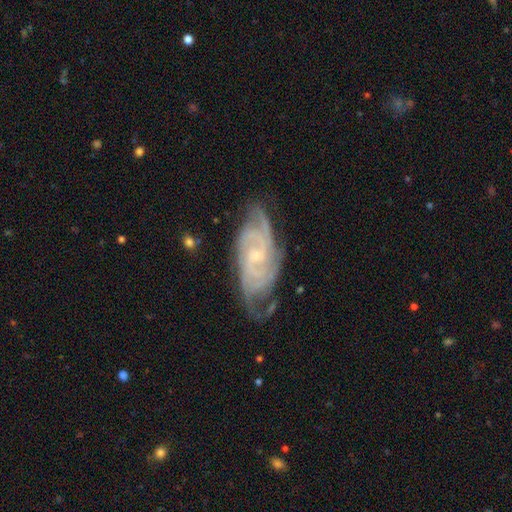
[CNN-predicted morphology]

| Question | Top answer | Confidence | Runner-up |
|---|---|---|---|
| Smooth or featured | featured or disk | 86% | smooth (8%) |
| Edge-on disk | no | 94% | yes (6%) |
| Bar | no | 55% | weak (37%) |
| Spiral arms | yes | 97% | no (3%) |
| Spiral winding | tight | 62% | medium (32%) |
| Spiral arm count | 3 | 25% | can't tell (24%) |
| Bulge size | small | 65% | moderate (28%) |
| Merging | none | 68% | minor disturbance (22%) |